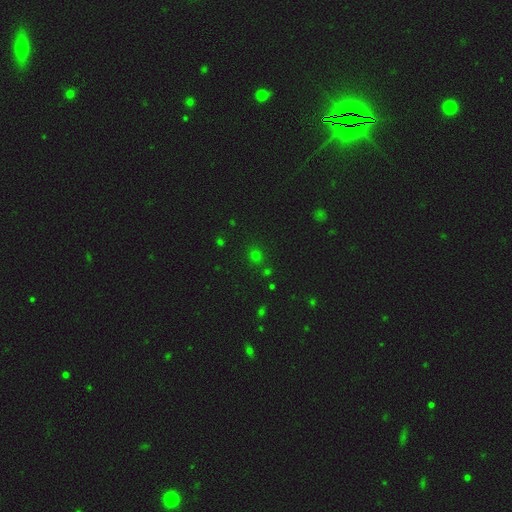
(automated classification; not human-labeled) Smooth or featured? Predicted: smooth (p=0.64). How rounded? Predicted: round (p=0.87). Merging? Predicted: none (p=0.84).